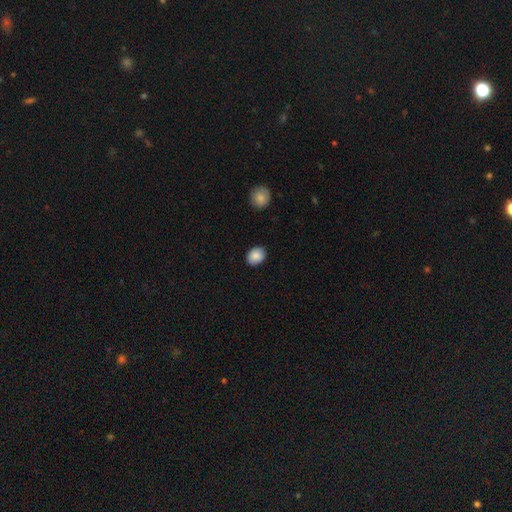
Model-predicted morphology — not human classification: The model was most divided on "how rounded": in between: 52%, round: 47%, cigar-shaped: 1%. More confident: smooth or featured — smooth (87%); merging — none (87%).